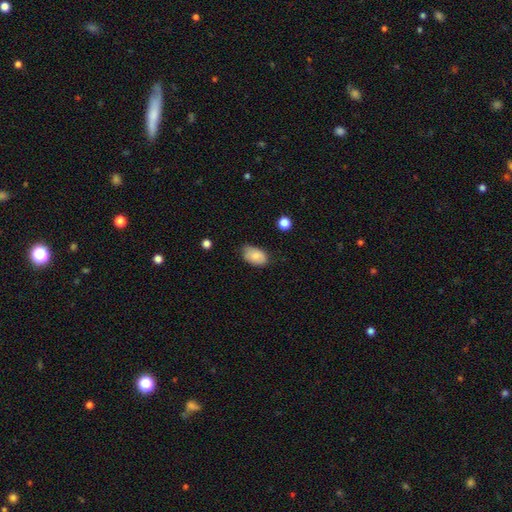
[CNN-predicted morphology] This appears to be a smooth galaxy with no disk features (84%) that is in between round and cigar-shaped (90%). Merging: none (64%).